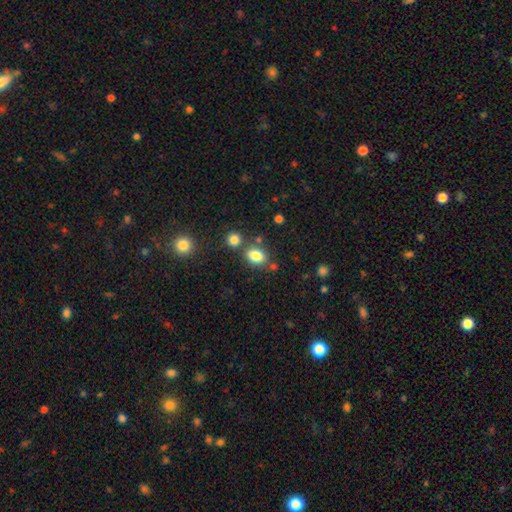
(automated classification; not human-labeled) A smooth galaxy with no disk features (82%) that is in between round and cigar-shaped (72%). Merging: none (66%).